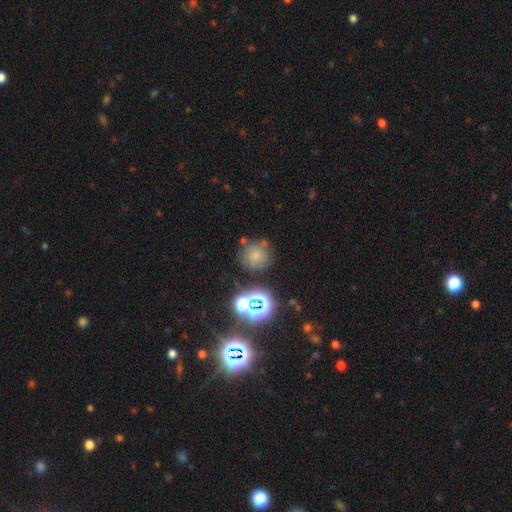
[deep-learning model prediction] smooth 61%, star or artifact 24%, featured or disk 14%. Down the decision tree: how rounded — round (90%); merging — none (68%).